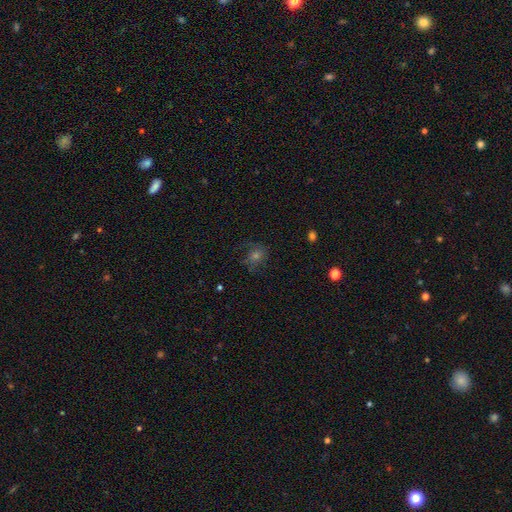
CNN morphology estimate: Smooth or featured: smooth — 39% (featured or disk — 33%)
Merging: none — 68% (minor disturbance — 17%)